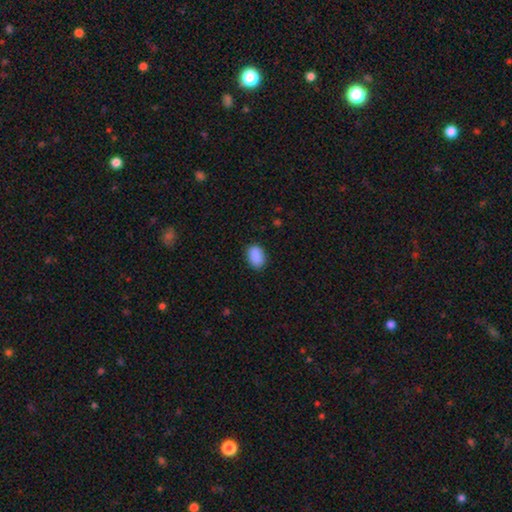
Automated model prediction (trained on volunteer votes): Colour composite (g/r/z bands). It shows a smooth galaxy with no disk features (90%) that is in between round and cigar-shaped (85%). Merging: none (85%).